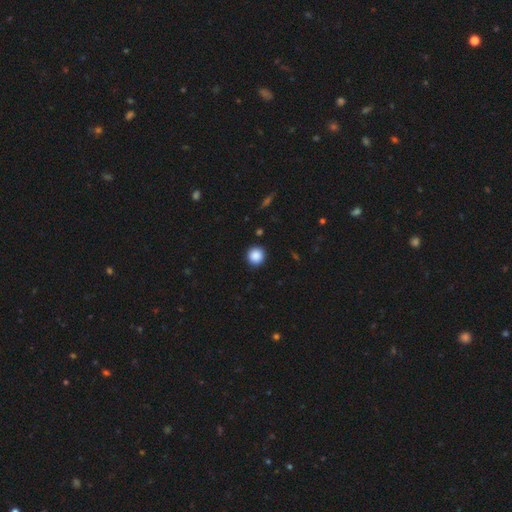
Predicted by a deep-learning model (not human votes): smooth-or-featured: smooth: 88% | star or artifact: 9% | featured or disk: 3%
  how-rounded: round: 94% | in between: 5% | cigar-shaped: 1%
  merging: none: 91% | minor disturbance: 6% | major disturbance: 2% | merger: 1%